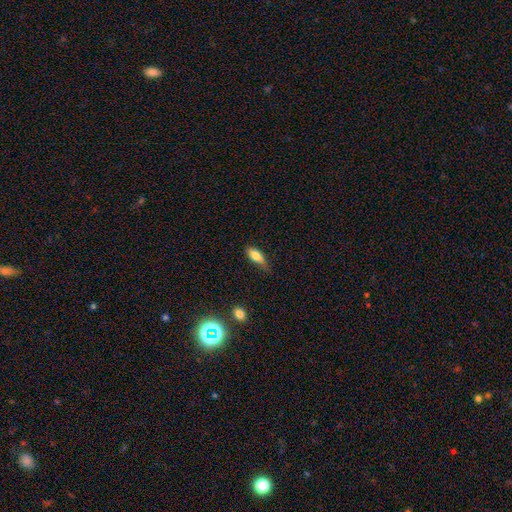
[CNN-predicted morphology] smooth 78%, featured or disk 15%, star or artifact 8%. Down the decision tree: how rounded — in between (75%); merging — none (59%).